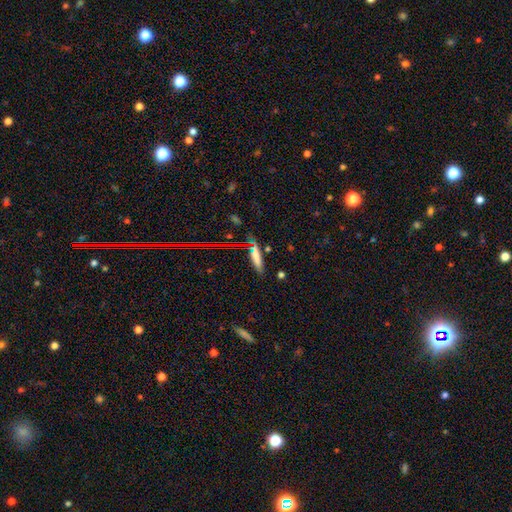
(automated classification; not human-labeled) smooth 68%, featured or disk 17%, star or artifact 15%. Down the decision tree: how rounded — cigar-shaped (78%); merging — none (76%).